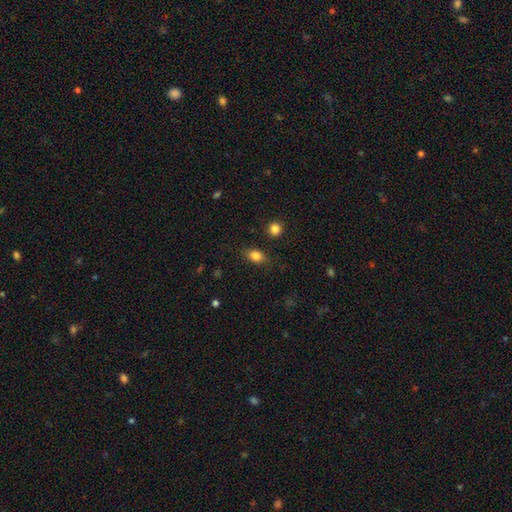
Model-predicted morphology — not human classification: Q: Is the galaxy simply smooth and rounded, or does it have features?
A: smooth — 83%.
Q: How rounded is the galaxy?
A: in between — 74%.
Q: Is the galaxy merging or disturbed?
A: none — 83%.